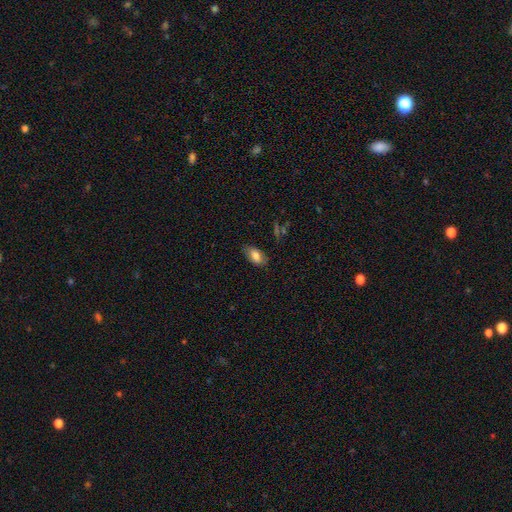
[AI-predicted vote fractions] smooth 78%, featured or disk 14%, star or artifact 8%. Down the decision tree: how rounded — in between (92%); merging — none (77%).